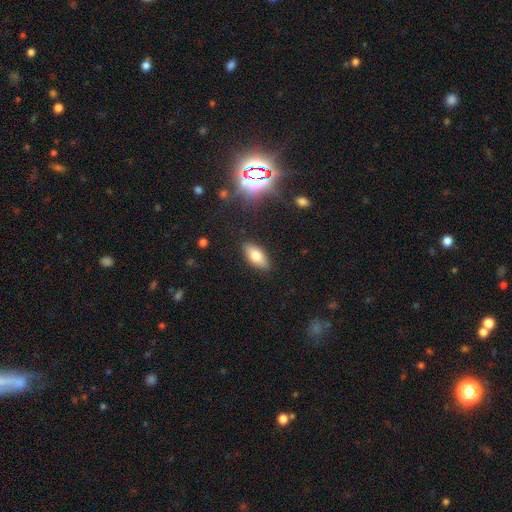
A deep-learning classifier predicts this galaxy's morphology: smooth_or_featured: smooth (p=0.74) [alt: featured or disk p=0.17]
how_rounded: in between (p=0.85) [alt: cigar-shaped p=0.12]
merging: none (p=0.87) [alt: minor disturbance p=0.09]